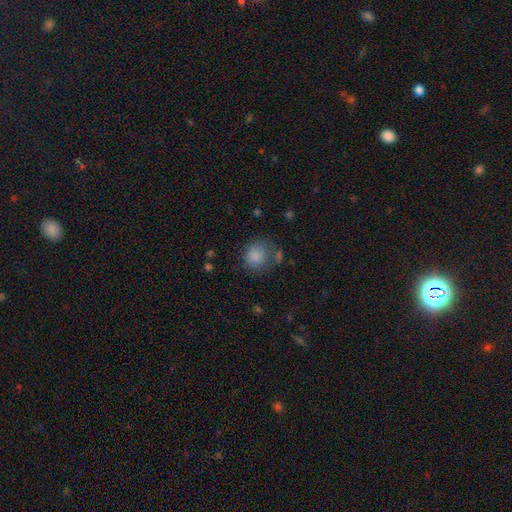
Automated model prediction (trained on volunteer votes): This is clearly a smooth galaxy (83%). How rounded: likely round (79%). Merging: likely none (60%).